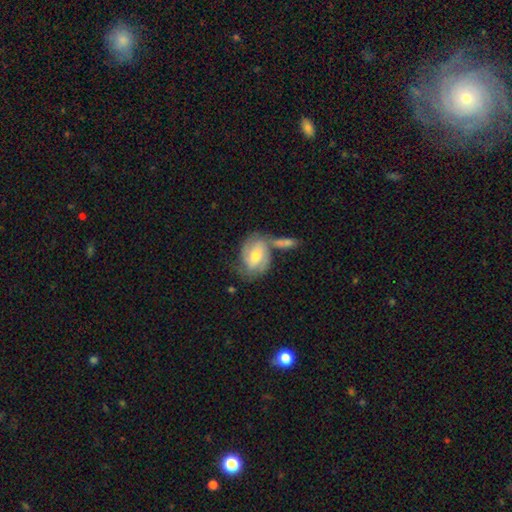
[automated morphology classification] Smooth or featured: featured or disk — 56% (smooth — 38%)
Edge-on disk: no — 95% (yes — 5%)
Bar: weak — 46% (no — 35%)
Spiral arms: yes — 79% (no — 21%)
Bulge size: moderate — 63% (small — 29%)
Merging: none — 40% (merger — 32%)